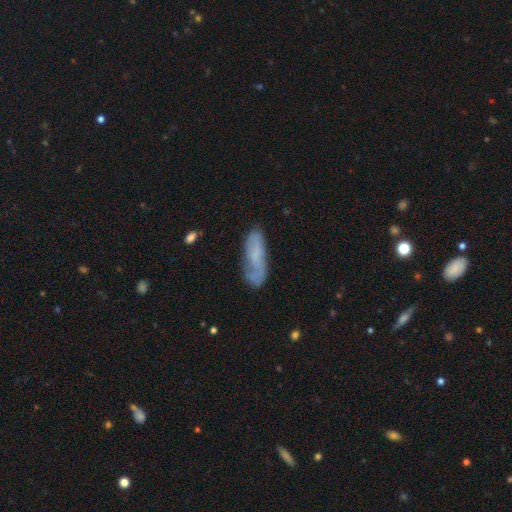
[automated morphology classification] Q: Smooth or featured?
A: smooth (51%); runner-up: featured or disk (40%)
Q: How rounded?
A: in between (57%); runner-up: cigar-shaped (41%)
Q: Merging?
A: none (63%); runner-up: minor disturbance (24%)